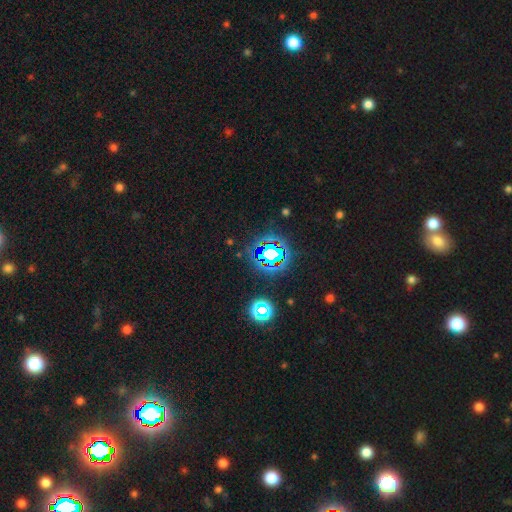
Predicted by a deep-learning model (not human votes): This is likely a star or artifact rather than a galaxy (79%).